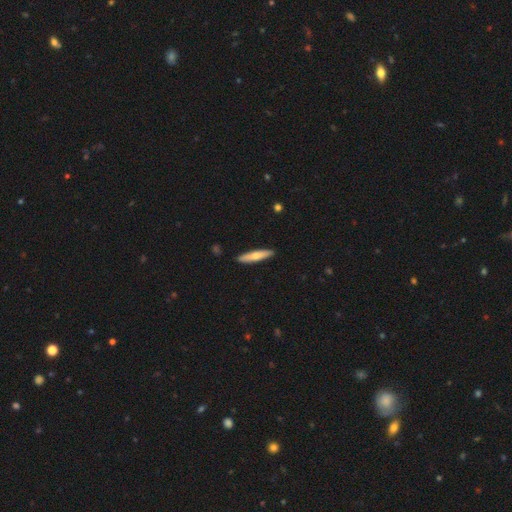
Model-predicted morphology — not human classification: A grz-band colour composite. It shows a smooth galaxy with no disk features (64%) that is cigar-shaped (86%). Merging: none (91%).